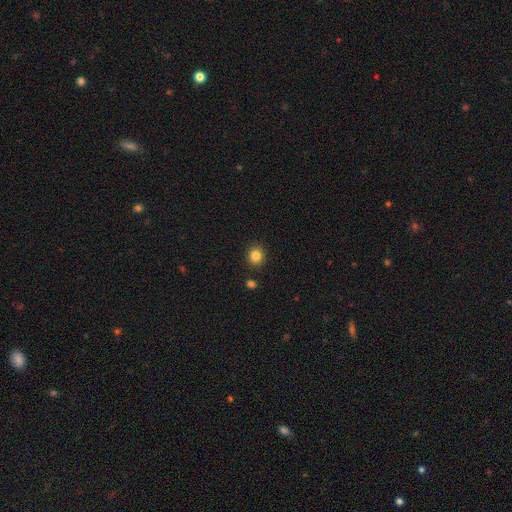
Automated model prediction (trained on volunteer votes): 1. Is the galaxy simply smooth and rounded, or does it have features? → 85% smooth, 11% star or artifact, 5% featured or disk.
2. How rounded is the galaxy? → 82% round, 17% in between, 1% cigar-shaped.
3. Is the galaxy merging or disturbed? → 90% none, 6% minor disturbance, 2% merger, 2% major disturbance.